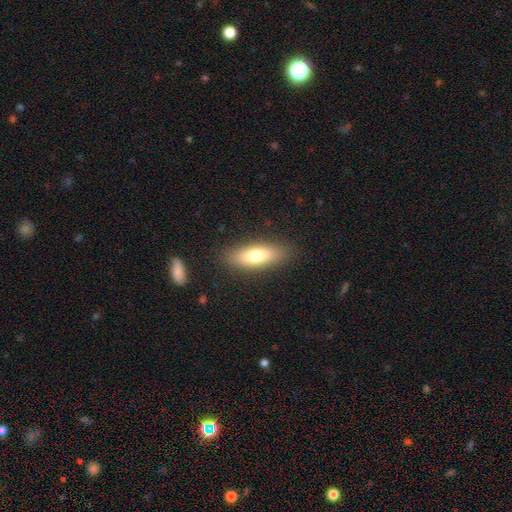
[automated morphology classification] smooth 70%, featured or disk 23%, star or artifact 7%. Down the decision tree: how rounded — in between (54%); merging — none (86%).